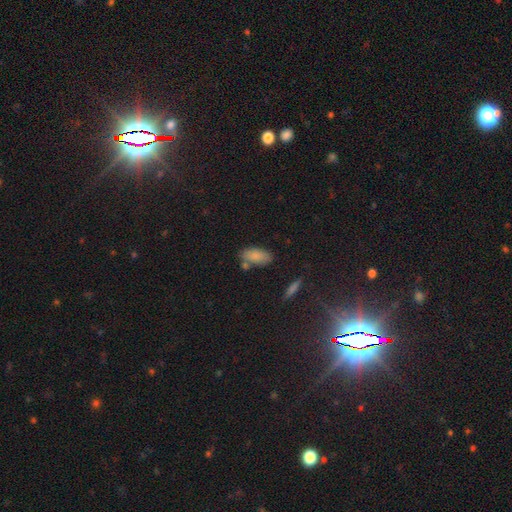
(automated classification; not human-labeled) Smooth or featured?
  - smooth: 84% *
  - featured or disk: 8%
  - star or artifact: 7%
How rounded?
  - in between: 90% *
  - cigar-shaped: 7%
  - round: 3%
Merging?
  - none: 68% *
  - minor disturbance: 16%
  - merger: 12%
  - major disturbance: 4%